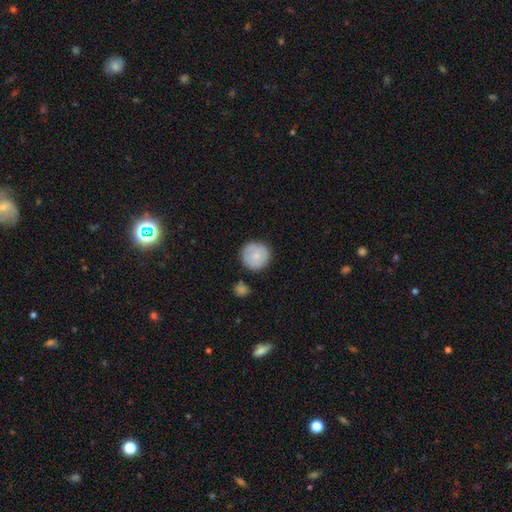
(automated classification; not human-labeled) Smooth or featured? Predicted: smooth (p=0.76). How rounded? Predicted: round (p=0.94). Merging? Predicted: none (p=0.81).